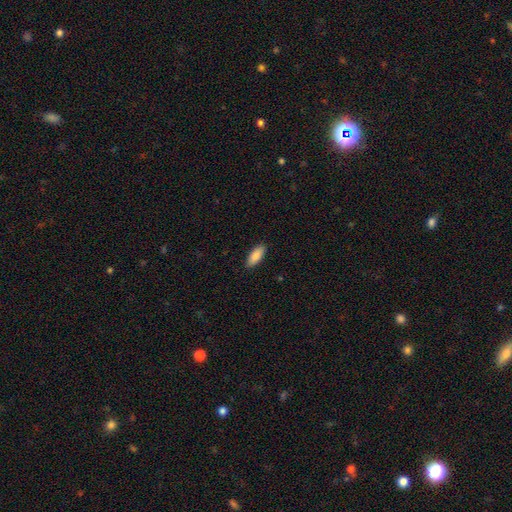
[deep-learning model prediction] smooth 89%, star or artifact 6%, featured or disk 5%. Down the decision tree: how rounded — in between (77%); merging — none (90%).